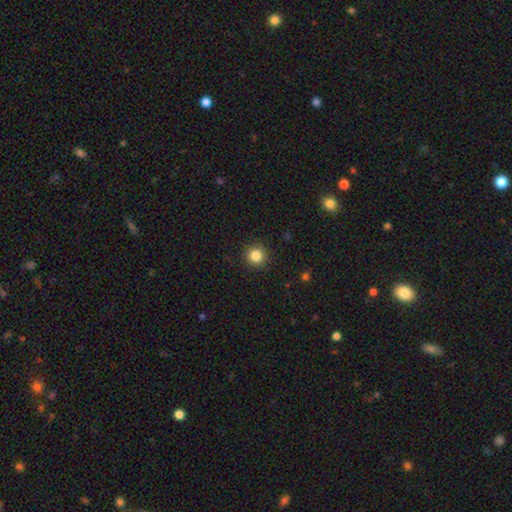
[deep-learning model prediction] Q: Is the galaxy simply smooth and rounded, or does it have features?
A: smooth — 84%.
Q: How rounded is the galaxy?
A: round — 95%.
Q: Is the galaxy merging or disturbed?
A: none — 92%.